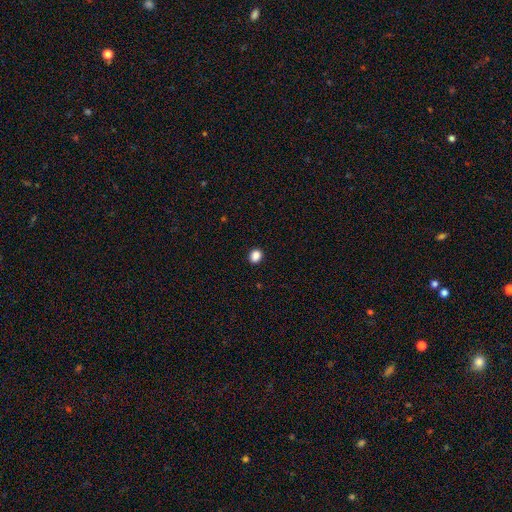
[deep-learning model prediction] This is clearly a smooth galaxy (88%). How rounded: possibly round (57%). Merging: clearly none (91%).